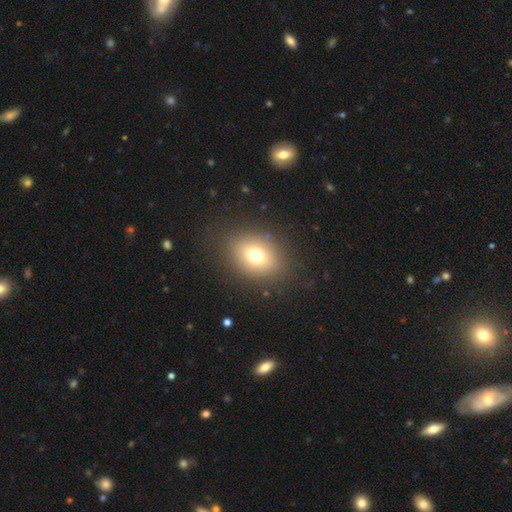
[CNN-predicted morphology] smooth_or_featured: smooth (p=0.71) [alt: star or artifact p=0.15]
how_rounded: in between (p=0.55) [alt: round p=0.43]
merging: none (p=0.85) [alt: minor disturbance p=0.09]